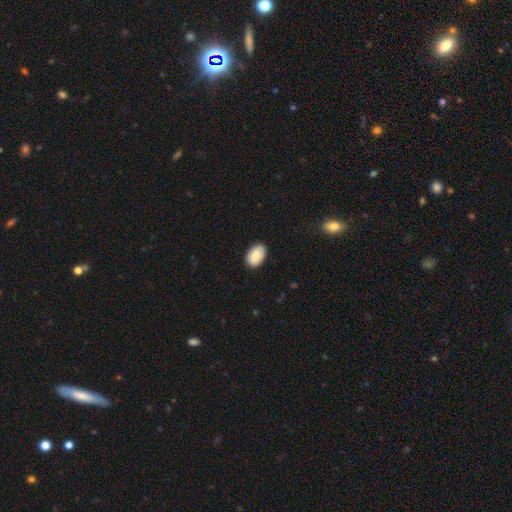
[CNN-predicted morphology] Q: Smooth or featured?
A: smooth (82%); runner-up: featured or disk (12%)
Q: How rounded?
A: in between (90%); runner-up: round (9%)
Q: Merging?
A: none (86%); runner-up: minor disturbance (11%)